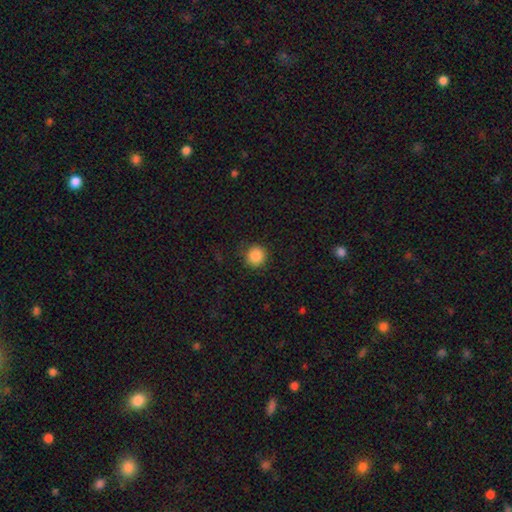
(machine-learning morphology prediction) A smooth galaxy with no disk features (86%) that is round (92%).

Vote fractions:
- Smooth or featured? smooth: 86% / star or artifact: 10% / featured or disk: 4%
- How rounded? round: 92% / in between: 7% / cigar-shaped: 1%
- Merging? none: 85% / minor disturbance: 11% / major disturbance: 3% / merger: 1%